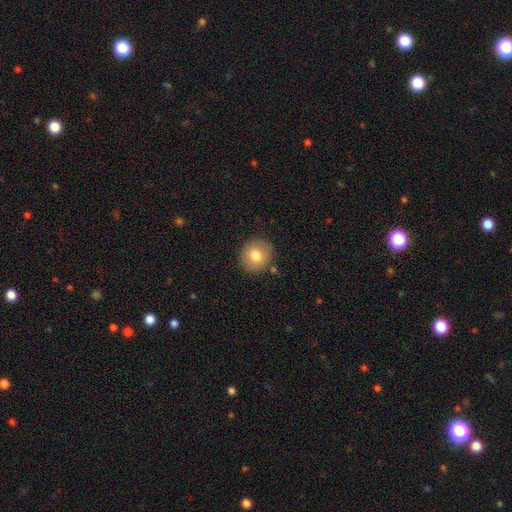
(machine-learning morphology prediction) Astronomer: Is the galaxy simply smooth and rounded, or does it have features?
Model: smooth — 77%.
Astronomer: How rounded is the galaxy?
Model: round — 85%.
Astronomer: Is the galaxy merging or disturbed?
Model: none — 85%.